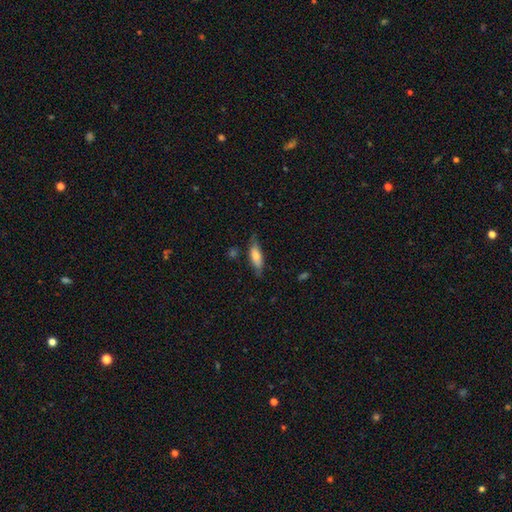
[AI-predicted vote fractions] Smooth or featured?
  - smooth: 68% *
  - featured or disk: 26%
  - star or artifact: 6%
How rounded?
  - in between: 57% *
  - cigar-shaped: 40%
  - round: 2%
Merging?
  - none: 69% *
  - minor disturbance: 23%
  - major disturbance: 5%
  - merger: 2%